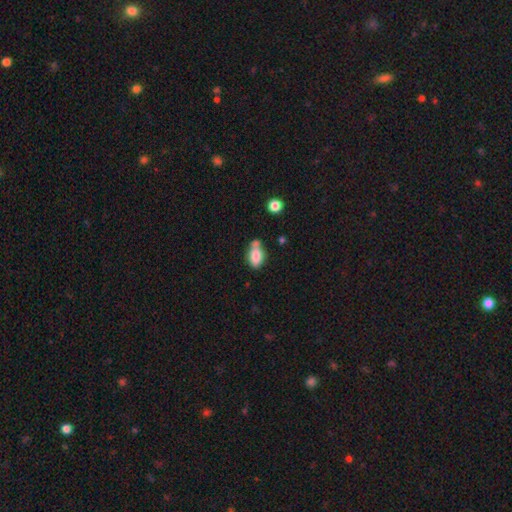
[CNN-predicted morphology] smooth-or-featured: smooth: 80% | featured or disk: 11% | star or artifact: 8%
  how-rounded: in between: 86% | round: 10% | cigar-shaped: 4%
  merging: none: 44% | merger: 29% | minor disturbance: 21% | major disturbance: 6%